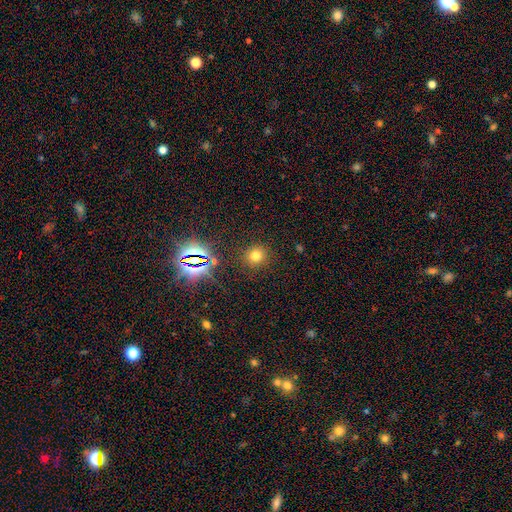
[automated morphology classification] smooth_or_featured: smooth (p=0.69) [alt: star or artifact p=0.23]
how_rounded: round (p=0.90) [alt: in between p=0.09]
merging: none (p=0.88) [alt: minor disturbance p=0.07]